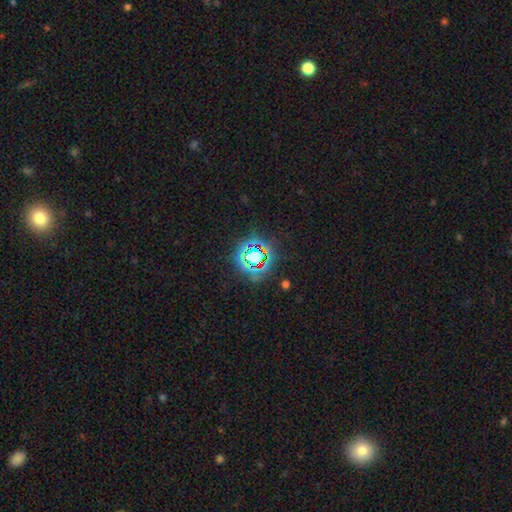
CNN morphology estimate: Smooth or featured? Predicted: star or artifact (p=0.68).